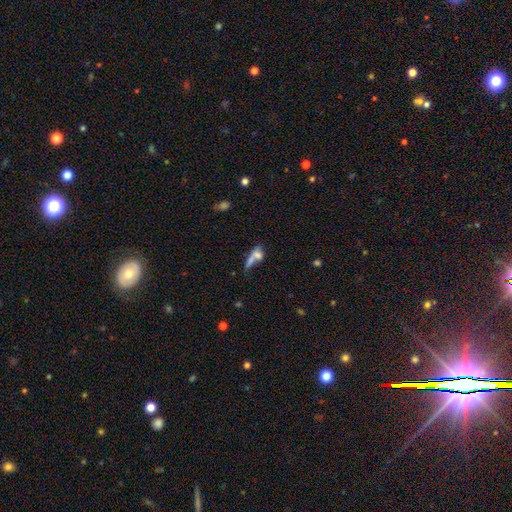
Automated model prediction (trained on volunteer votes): Overall: smooth (63%; featured or disk 26%). How rounded: in between (51%; cigar-shaped 34%). Merging: merger (45%; none 27%).